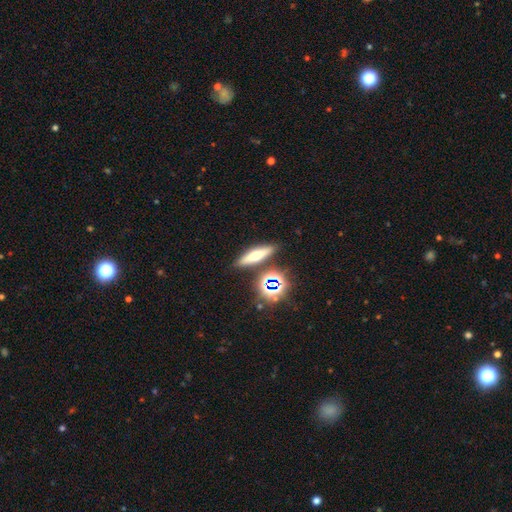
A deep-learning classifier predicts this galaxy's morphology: Smooth or featured?
  - smooth: 48% *
  - featured or disk: 34%
  - star or artifact: 18%
Merging?
  - none: 83% *
  - minor disturbance: 8%
  - merger: 6%
  - major disturbance: 3%